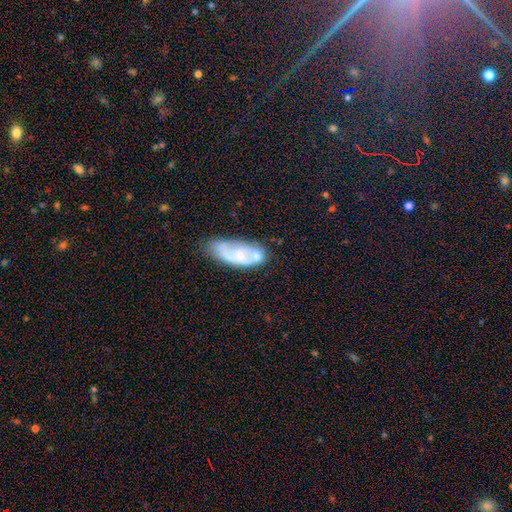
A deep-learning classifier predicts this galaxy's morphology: The model was most divided on "smooth or featured": featured or disk: 52%, smooth: 40%, star or artifact: 8%. Remaining: edge-on disk — no (92%); merging — none (38%).